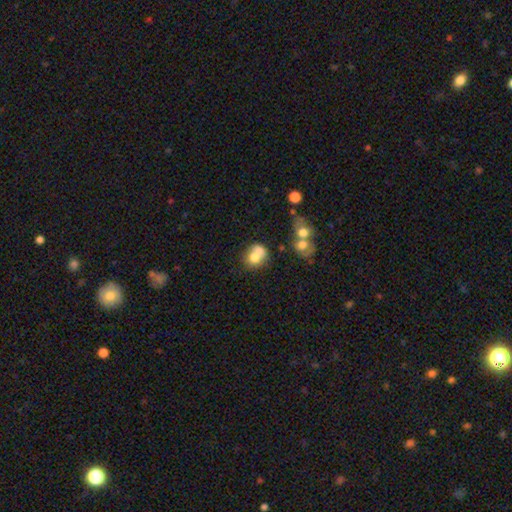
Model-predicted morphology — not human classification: Q: Smooth or featured?
A: smooth (69%); runner-up: featured or disk (20%)
Q: How rounded?
A: round (66%); runner-up: in between (33%)
Q: Merging?
A: merger (55%); runner-up: none (28%)